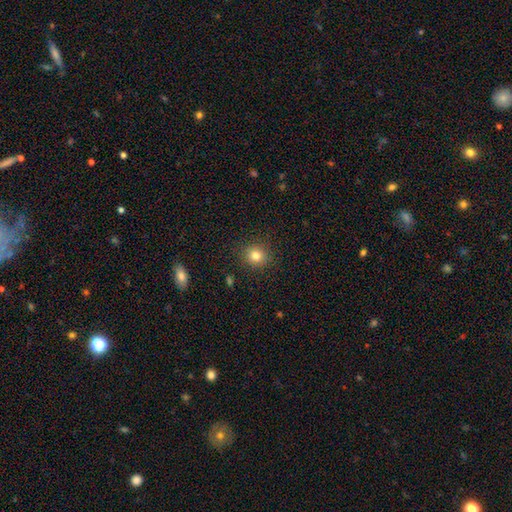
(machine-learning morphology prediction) This appears to be a smooth galaxy with no disk features (81%) that is round (87%). Merging: none (90%).